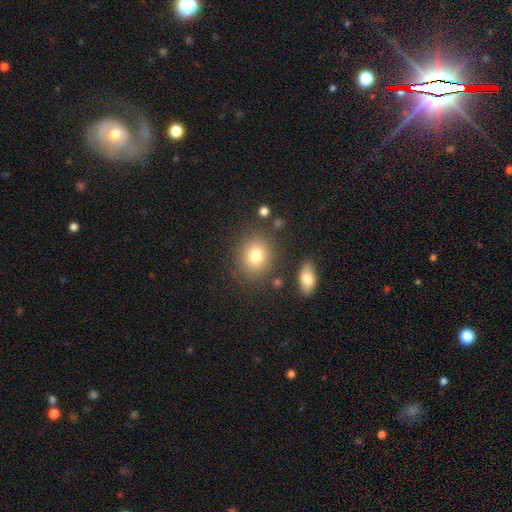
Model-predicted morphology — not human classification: smooth 79%, star or artifact 11%, featured or disk 10%. Down the decision tree: how rounded — round (68%); merging — none (81%).